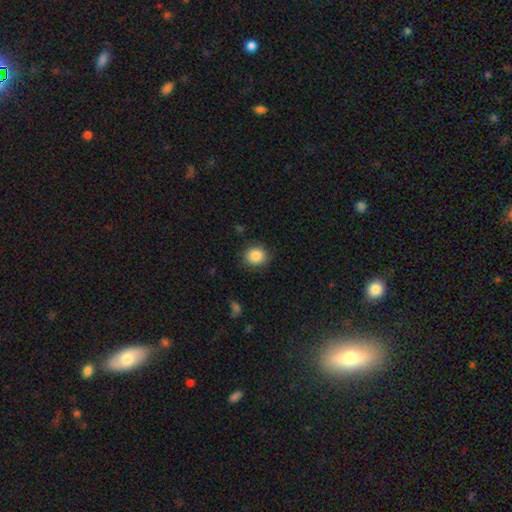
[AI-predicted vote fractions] The model was most divided on "how rounded": round: 74%, in between: 25%, cigar-shaped: 1%. More confident: smooth or featured — smooth (87%); merging — none (86%).